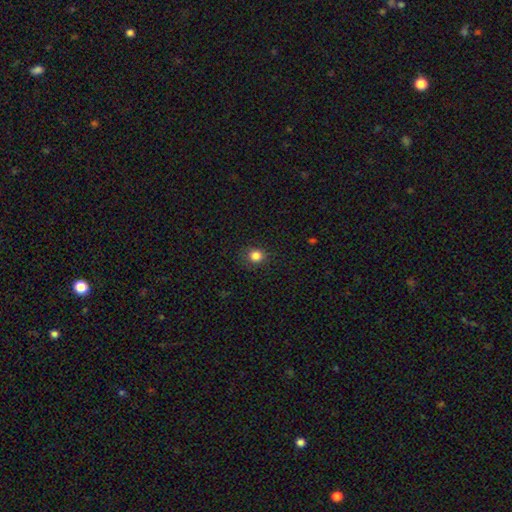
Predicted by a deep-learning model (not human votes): This appears to be a smooth galaxy with no disk features (83%) that is round (85%). Merging: none (87%).